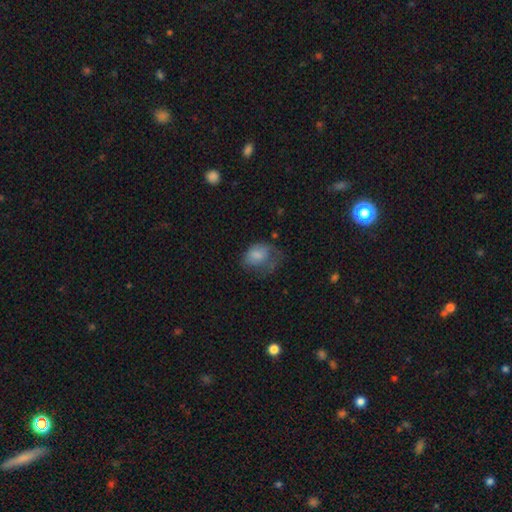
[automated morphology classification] Smooth or featured?
  - smooth: 64% *
  - featured or disk: 25%
  - star or artifact: 12%
How rounded?
  - in between: 64% *
  - round: 34%
  - cigar-shaped: 1%
Merging?
  - major disturbance: 36% *
  - none: 34%
  - minor disturbance: 28%
  - merger: 2%